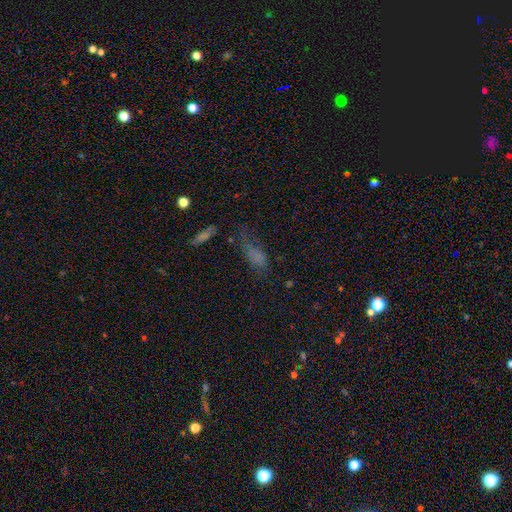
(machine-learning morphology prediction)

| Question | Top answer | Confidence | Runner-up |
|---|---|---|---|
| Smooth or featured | smooth | 60% | star or artifact (22%) |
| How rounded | in between | 67% | cigar-shaped (26%) |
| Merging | major disturbance | 35% | none (33%) |